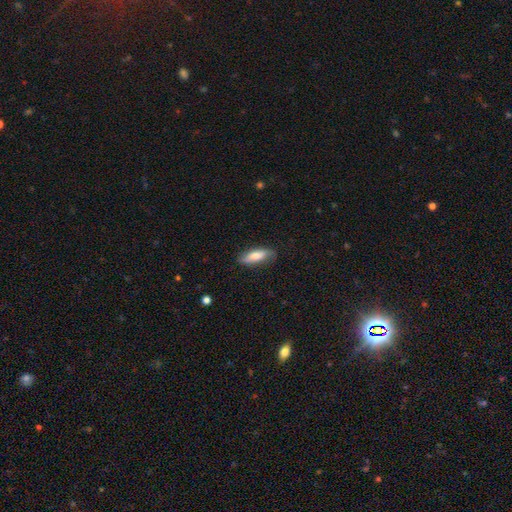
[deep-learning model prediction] Smooth or featured?
  - smooth: 72% *
  - featured or disk: 22%
  - star or artifact: 6%
How rounded?
  - in between: 60% *
  - cigar-shaped: 37%
  - round: 2%
Merging?
  - none: 75% *
  - minor disturbance: 20%
  - major disturbance: 4%
  - merger: 1%